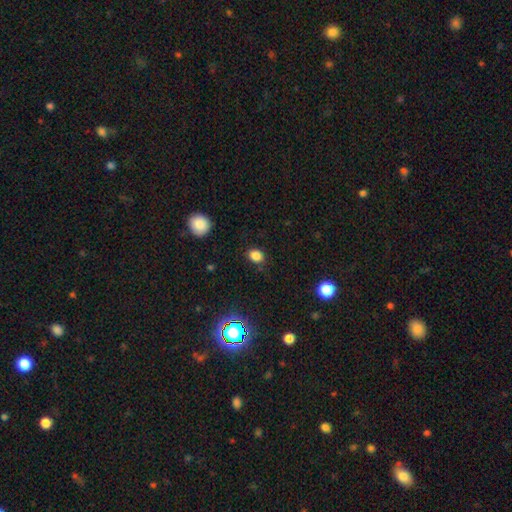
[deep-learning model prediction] Smooth or featured? smooth (82%)
How rounded? in between (61%)
Merging? none (84%)